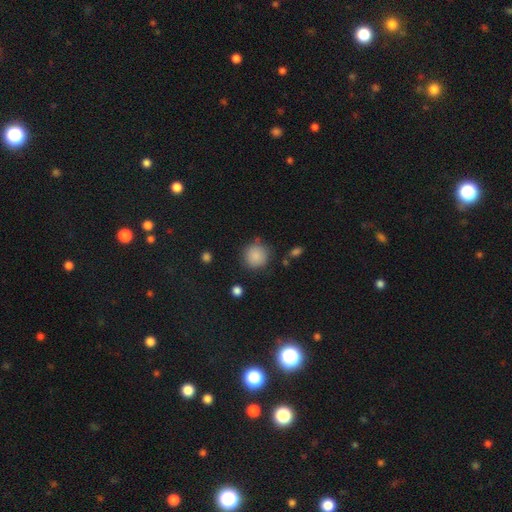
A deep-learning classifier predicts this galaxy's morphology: Smooth or featured? Predicted: smooth (p=0.86). How rounded? Predicted: round (p=0.92). Merging? Predicted: none (p=0.83).